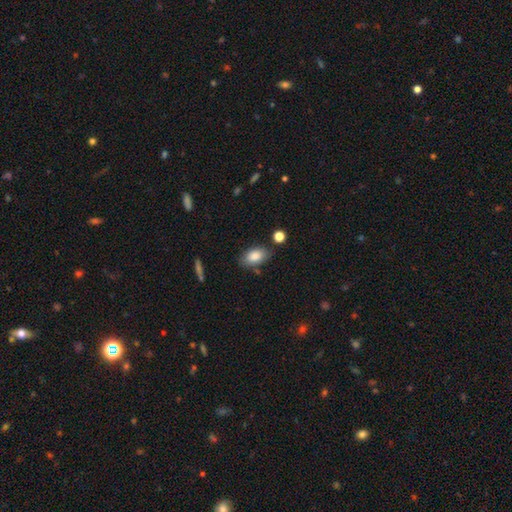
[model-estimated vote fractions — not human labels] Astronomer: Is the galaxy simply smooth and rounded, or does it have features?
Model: smooth — 85%.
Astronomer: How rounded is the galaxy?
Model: in between — 91%.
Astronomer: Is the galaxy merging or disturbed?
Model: none — 75%.